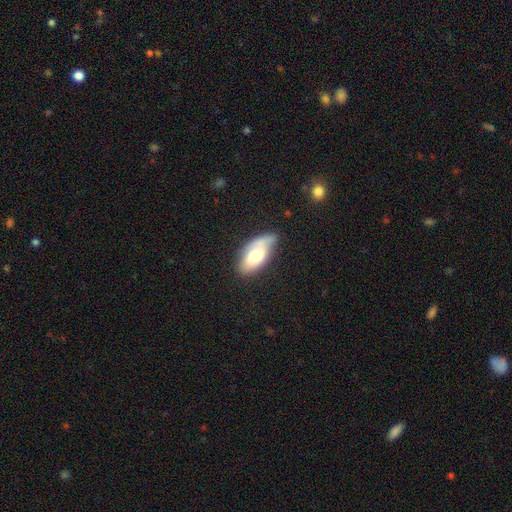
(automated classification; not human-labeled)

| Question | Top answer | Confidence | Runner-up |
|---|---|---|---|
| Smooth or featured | smooth | 64% | featured or disk (29%) |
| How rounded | in between | 90% | cigar-shaped (7%) |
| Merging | none | 47% | minor disturbance (37%) |